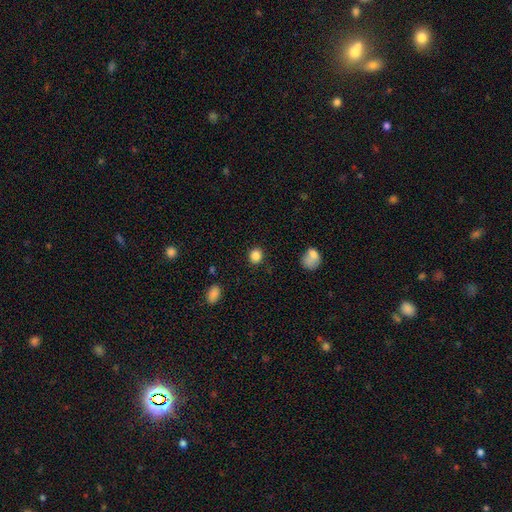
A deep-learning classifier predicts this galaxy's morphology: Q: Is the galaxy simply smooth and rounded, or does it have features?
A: smooth — 85%.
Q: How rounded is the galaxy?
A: round — 80%.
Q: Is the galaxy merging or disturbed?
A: none — 89%.